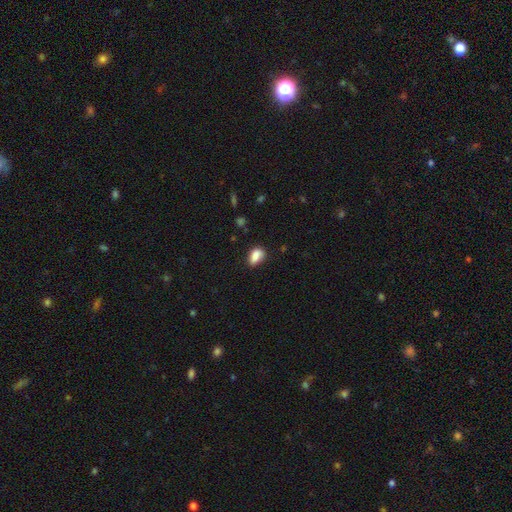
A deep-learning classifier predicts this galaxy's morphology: smooth-or-featured: smooth: 85% | star or artifact: 8% | featured or disk: 7%
  how-rounded: in between: 85% | round: 12% | cigar-shaped: 3%
  merging: none: 64% | minor disturbance: 25% | major disturbance: 6% | merger: 5%